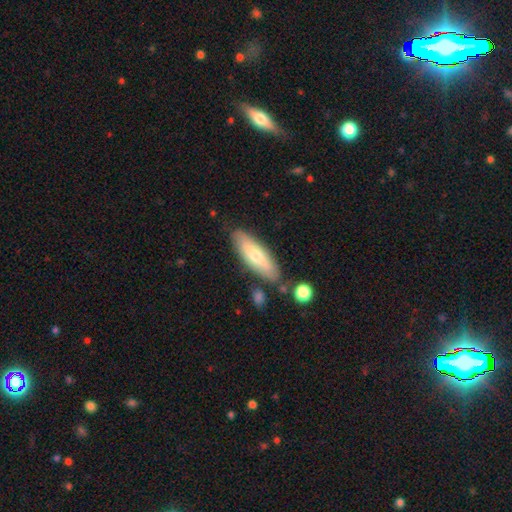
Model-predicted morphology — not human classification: The model was most divided on "how rounded": in between: 52%, cigar-shaped: 46%, round: 2%. More confident: merging — none (78%); smooth or featured — smooth (62%).